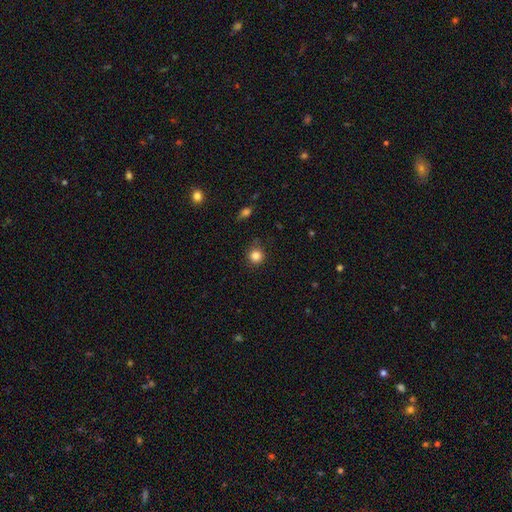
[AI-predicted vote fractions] A smooth galaxy with no disk features (83%) that is round (91%).

Vote fractions:
- Smooth or featured? smooth: 83% / star or artifact: 12% / featured or disk: 5%
- How rounded? round: 91% / in between: 8% / cigar-shaped: 1%
- Merging? none: 83% / minor disturbance: 12% / major disturbance: 3% / merger: 1%